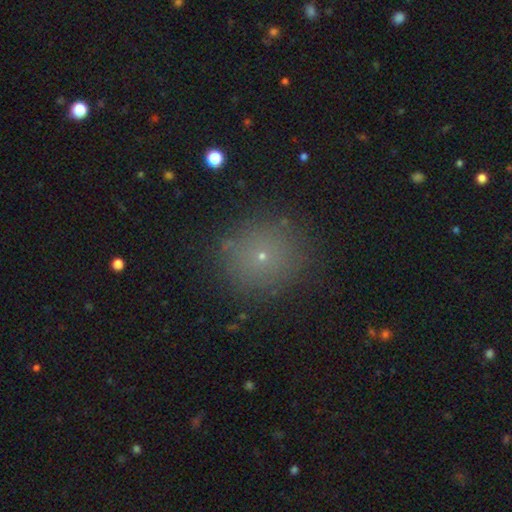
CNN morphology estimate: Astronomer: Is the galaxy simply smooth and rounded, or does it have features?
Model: smooth — 64%.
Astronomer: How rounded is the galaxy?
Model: round — 92%.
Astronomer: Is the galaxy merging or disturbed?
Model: none — 88%.